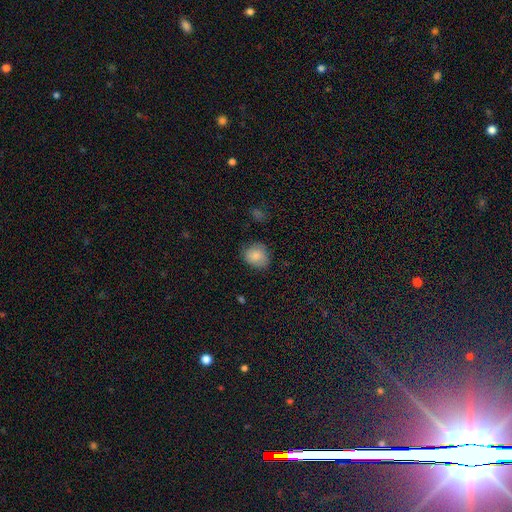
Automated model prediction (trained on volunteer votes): smooth-or-featured: smooth: 85% | star or artifact: 8% | featured or disk: 7%
  how-rounded: round: 65% | in between: 34% | cigar-shaped: 1%
  merging: none: 72% | minor disturbance: 22% | major disturbance: 4% | merger: 2%